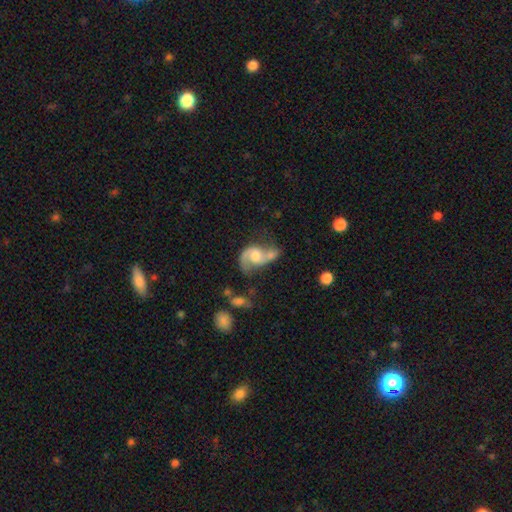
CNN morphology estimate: The model was most divided on "merging": merger: 34%, none: 30%, major disturbance: 19%, minor disturbance: 17%. Remaining: edge-on disk — no (97%); spiral arms — yes (90%); spiral arm count — 2 (81%); smooth or featured — featured or disk (74%); spiral winding — loose (58%); bar — no (56%); bulge size — moderate (43%).